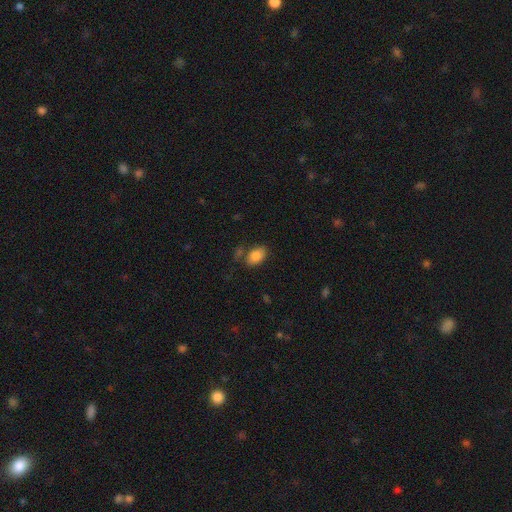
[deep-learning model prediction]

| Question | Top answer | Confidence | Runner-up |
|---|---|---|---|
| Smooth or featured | smooth | 84% | star or artifact (8%) |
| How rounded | in between | 89% | round (10%) |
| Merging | none | 72% | minor disturbance (15%) |